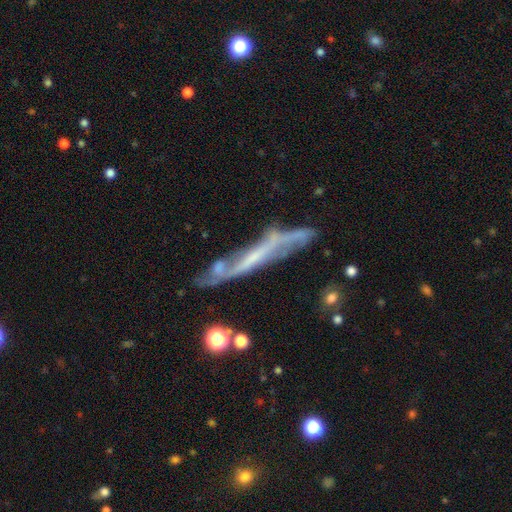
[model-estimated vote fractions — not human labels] Morphology: type=featured or disk (69%); edge-on=yes (70%); merging=none (57%).